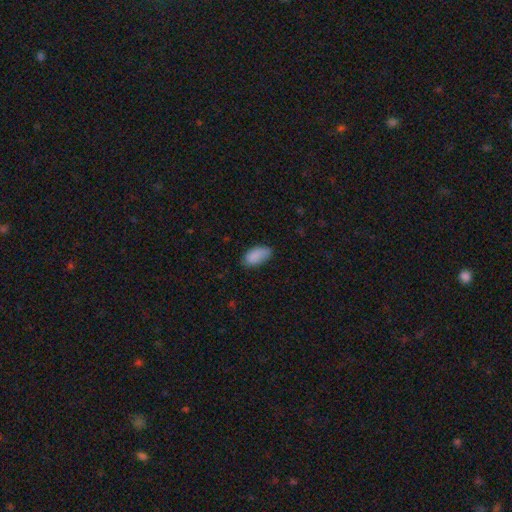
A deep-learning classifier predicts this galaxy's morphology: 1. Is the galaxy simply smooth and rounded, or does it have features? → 87% smooth, 7% star or artifact, 6% featured or disk.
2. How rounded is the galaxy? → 94% in between, 3% round, 3% cigar-shaped.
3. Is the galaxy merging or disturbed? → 69% none, 25% minor disturbance, 5% major disturbance, 1% merger.